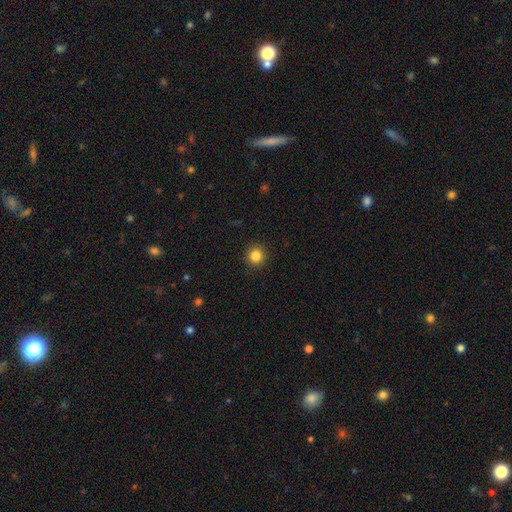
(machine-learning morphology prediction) Smooth or featured?
  - smooth: 85% *
  - star or artifact: 11%
  - featured or disk: 4%
How rounded?
  - round: 94% *
  - in between: 5%
  - cigar-shaped: 1%
Merging?
  - none: 92% *
  - minor disturbance: 5%
  - major disturbance: 2%
  - merger: 1%